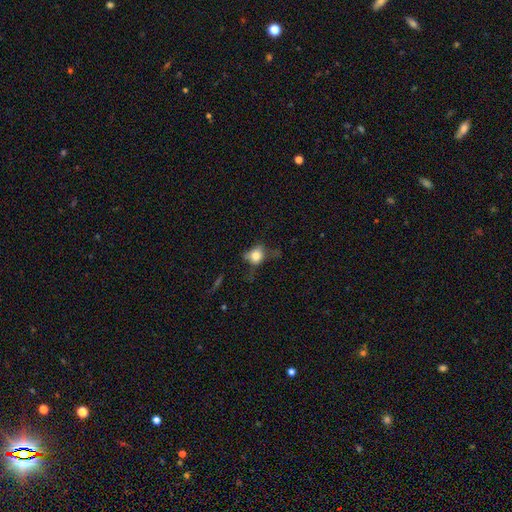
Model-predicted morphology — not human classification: type=smooth (71%); roundness=round (53%); merging=none (45%).